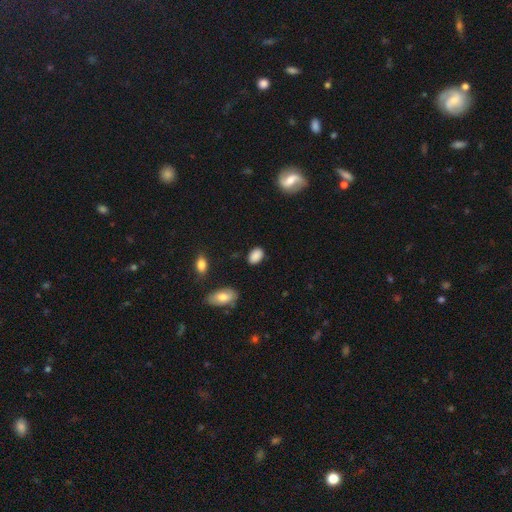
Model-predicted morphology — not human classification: This appears to be a smooth galaxy with no disk features (88%) that is in between round and cigar-shaped (88%). Merging: none (84%).